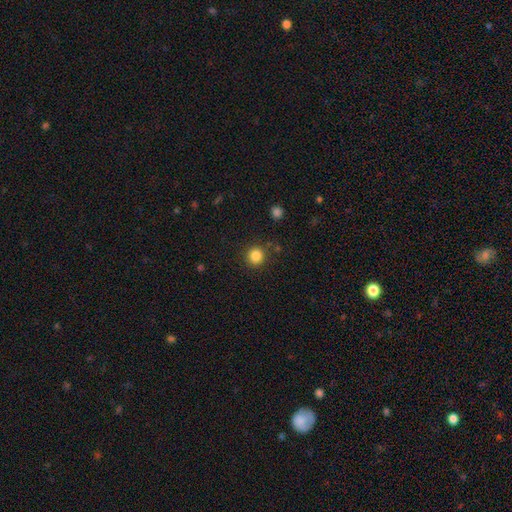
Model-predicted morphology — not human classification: smooth 85%, star or artifact 11%, featured or disk 4%. Down the decision tree: how rounded — round (93%); merging — none (88%).